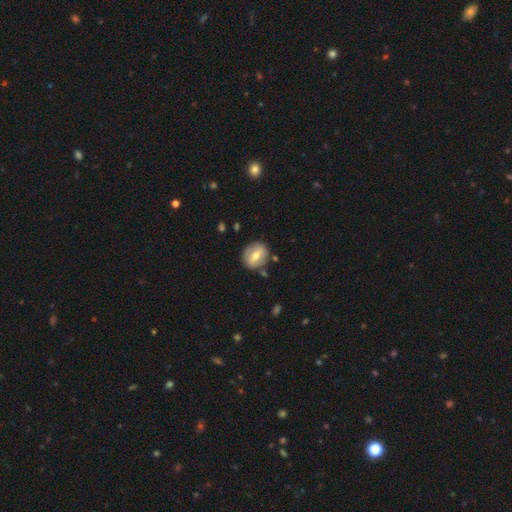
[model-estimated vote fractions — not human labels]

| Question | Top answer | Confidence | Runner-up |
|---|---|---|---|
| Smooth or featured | smooth | 52% | featured or disk (41%) |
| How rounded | round | 71% | in between (28%) |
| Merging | none | 82% | minor disturbance (11%) |